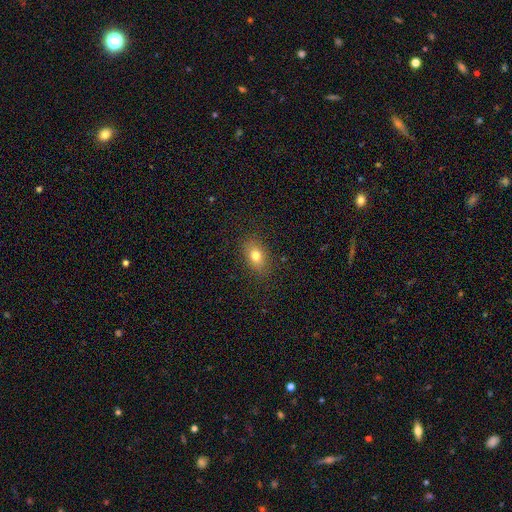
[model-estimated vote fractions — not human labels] Q: Smooth or featured?
A: smooth (77%); runner-up: featured or disk (12%)
Q: How rounded?
A: in between (80%); runner-up: round (17%)
Q: Merging?
A: none (86%); runner-up: minor disturbance (10%)